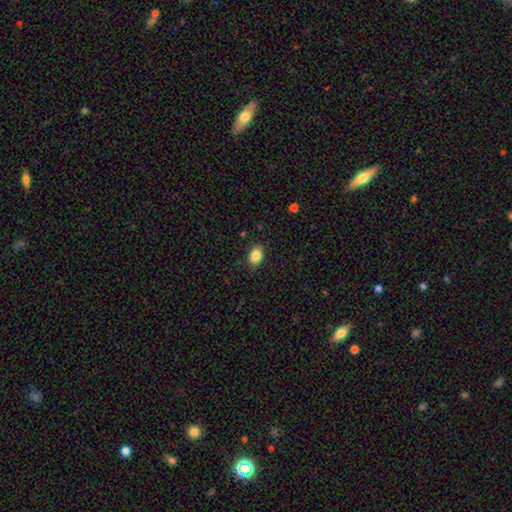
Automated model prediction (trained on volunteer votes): smooth 84%, star or artifact 9%, featured or disk 7%. Down the decision tree: how rounded — in between (77%); merging — none (85%).